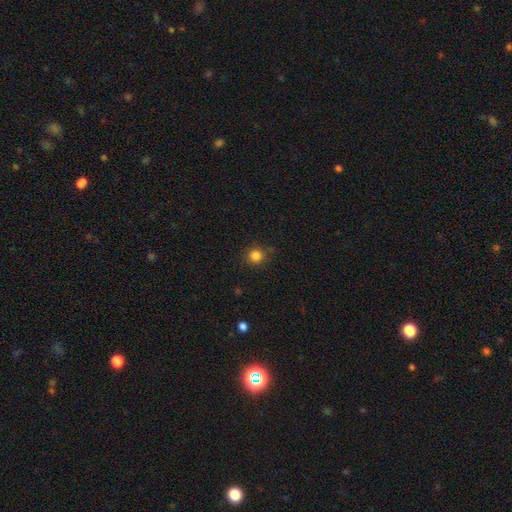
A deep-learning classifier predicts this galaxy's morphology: This appears to be a smooth galaxy with no disk features (83%) that is round (93%). Merging: none (86%).